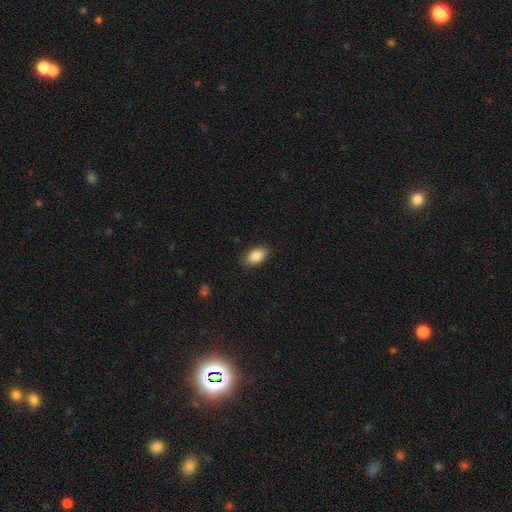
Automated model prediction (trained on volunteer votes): Smooth or featured?
  - smooth: 87% *
  - star or artifact: 7%
  - featured or disk: 6%
How rounded?
  - in between: 92% *
  - round: 7%
  - cigar-shaped: 2%
Merging?
  - none: 86% *
  - minor disturbance: 11%
  - major disturbance: 2%
  - merger: 1%